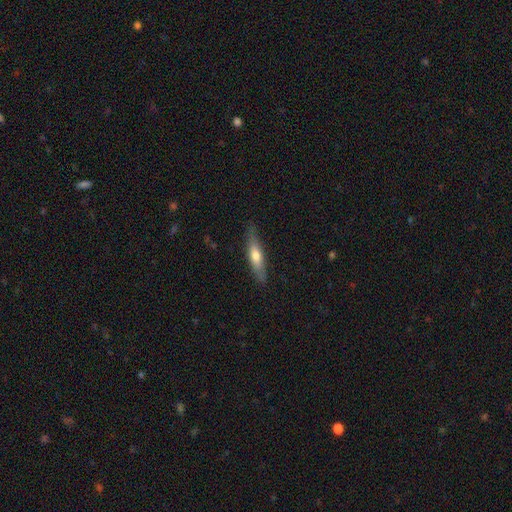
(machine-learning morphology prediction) Smooth or featured?
  - smooth: 58% *
  - featured or disk: 37%
  - star or artifact: 6%
How rounded?
  - cigar-shaped: 74% *
  - in between: 24%
  - round: 2%
Merging?
  - none: 82% *
  - minor disturbance: 14%
  - major disturbance: 3%
  - merger: 1%